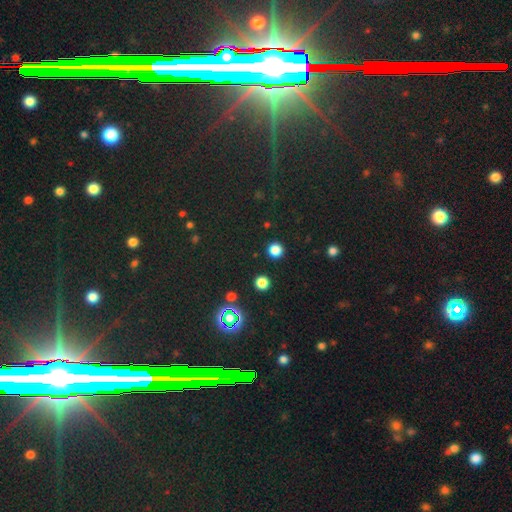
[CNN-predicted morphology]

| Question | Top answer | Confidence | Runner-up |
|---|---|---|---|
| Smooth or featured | star or artifact | 81% | smooth (11%) |